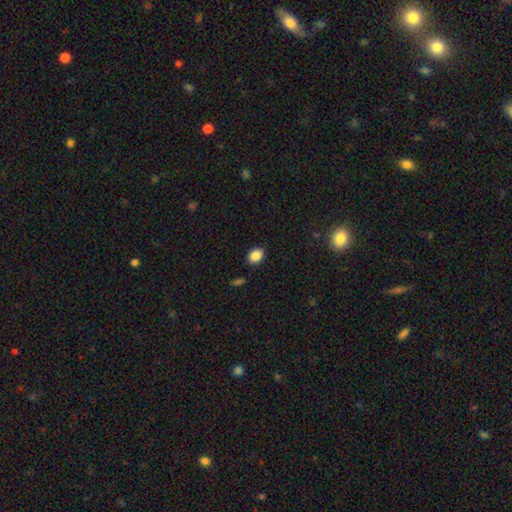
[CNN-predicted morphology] smooth-or-featured: smooth: 87% | star or artifact: 9% | featured or disk: 4%
  how-rounded: in between: 53% | round: 46% | cigar-shaped: 1%
  merging: none: 88% | minor disturbance: 8% | major disturbance: 2% | merger: 1%